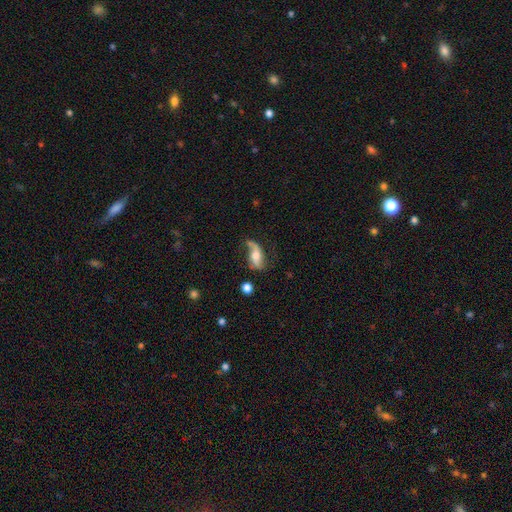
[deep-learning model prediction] Q: Smooth or featured?
A: featured or disk (67%); runner-up: smooth (26%)
Q: Edge-on disk?
A: no (89%); runner-up: yes (11%)
Q: Bar?
A: no (49%); runner-up: weak (32%)
Q: Spiral arms?
A: yes (87%); runner-up: no (13%)
Q: Spiral winding?
A: loose (78%); runner-up: medium (17%)
Q: Spiral arm count?
A: 2 (80%); runner-up: 1 (13%)
Q: Bulge size?
A: moderate (58%); runner-up: small (24%)
Q: Merging?
A: none (50%); runner-up: minor disturbance (26%)